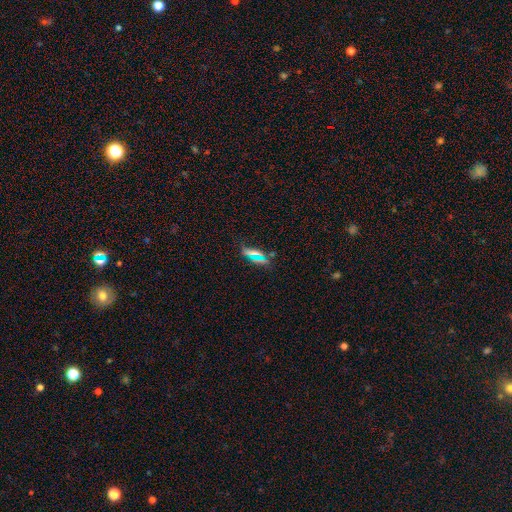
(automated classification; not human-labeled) Smooth or featured: smooth — 52% (star or artifact — 26%)
How rounded: in between — 50% (cigar-shaped — 40%)
Merging: none — 64% (minor disturbance — 18%)